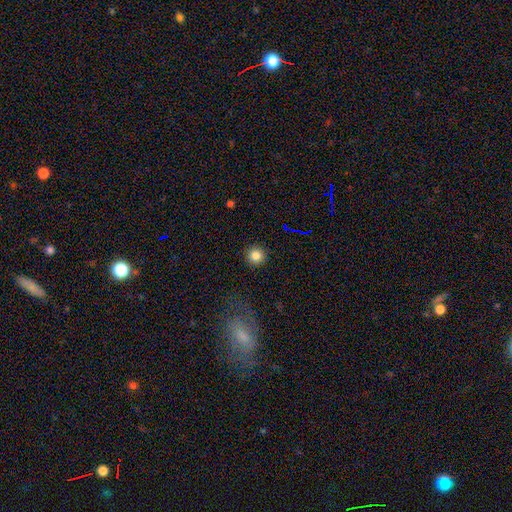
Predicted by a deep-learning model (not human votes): smooth_or_featured: smooth (p=0.82) [alt: star or artifact p=0.12]
how_rounded: round (p=0.95) [alt: in between p=0.04]
merging: none (p=0.91) [alt: minor disturbance p=0.06]